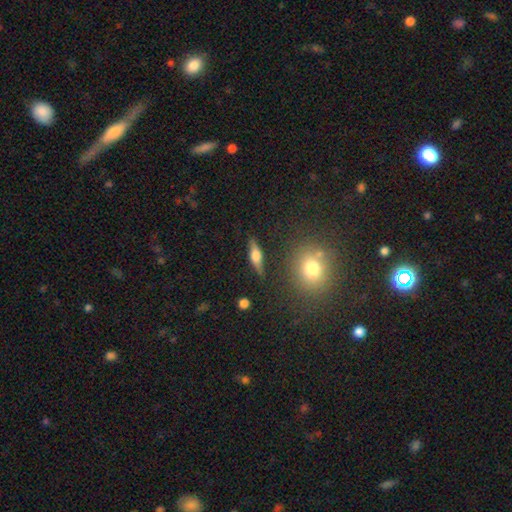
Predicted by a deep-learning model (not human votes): Smooth or featured? Predicted: featured or disk (p=0.53). Edge-on disk? Predicted: yes (p=0.92). Merging? Predicted: none (p=0.84).